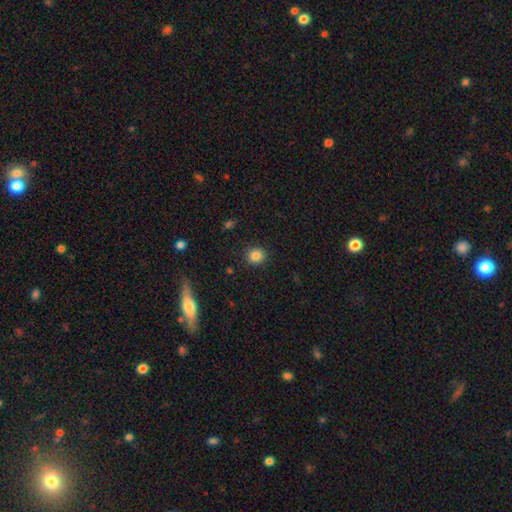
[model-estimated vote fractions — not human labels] A smooth galaxy with no disk features (84%) that is round (88%).

Vote fractions:
- Smooth or featured? smooth: 84% / star or artifact: 11% / featured or disk: 5%
- How rounded? round: 88% / in between: 10% / cigar-shaped: 1%
- Merging? none: 90% / minor disturbance: 6% / major disturbance: 2% / merger: 1%